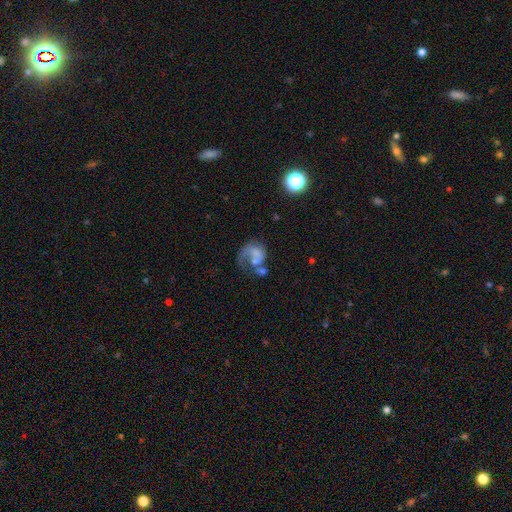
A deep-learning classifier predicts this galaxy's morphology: This is possibly a featured or disk galaxy (55%). It is clearly not viewed edge-on (98%). Bar: likely no (79%). Spiral arm pattern: likely yes (64%). Central bulge: possibly none (49%). Merging: marginally major disturbance (39%).